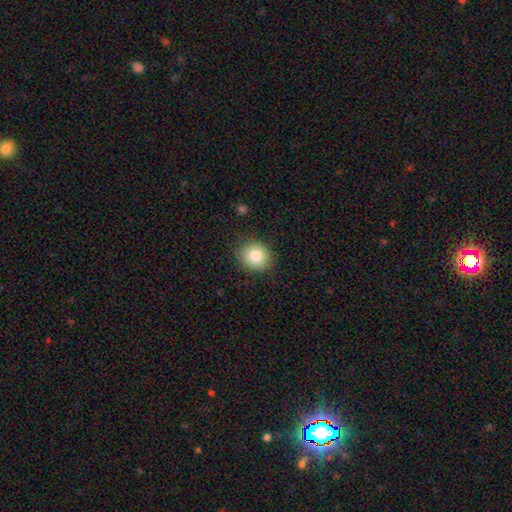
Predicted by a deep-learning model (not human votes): Smooth or featured? Predicted: smooth (p=0.83). How rounded? Predicted: round (p=0.80). Merging? Predicted: none (p=0.87).